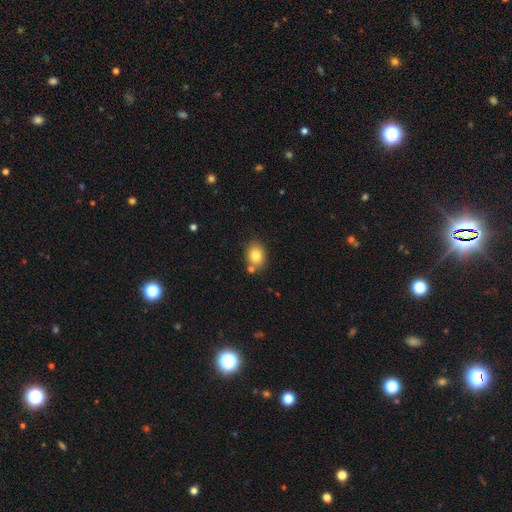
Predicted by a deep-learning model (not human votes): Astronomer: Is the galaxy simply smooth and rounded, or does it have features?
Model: smooth — 82%.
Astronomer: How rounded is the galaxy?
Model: in between — 55% (runner-up: round, 44%).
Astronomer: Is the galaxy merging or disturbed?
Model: none — 74%.